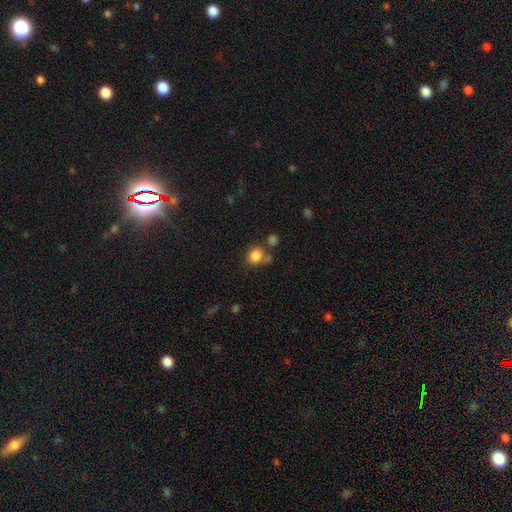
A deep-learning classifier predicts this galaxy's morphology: smooth-or-featured: smooth: 83% | star or artifact: 11% | featured or disk: 6%
  how-rounded: round: 77% | in between: 22% | cigar-shaped: 1%
  merging: none: 61% | merger: 19% | minor disturbance: 14% | major disturbance: 6%